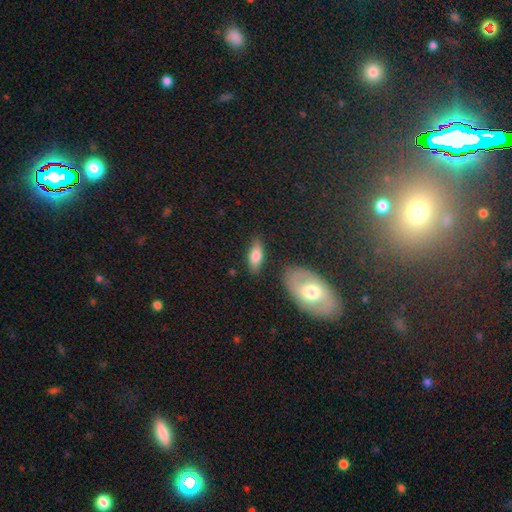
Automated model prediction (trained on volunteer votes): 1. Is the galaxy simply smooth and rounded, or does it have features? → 73% smooth, 21% featured or disk, 7% star or artifact.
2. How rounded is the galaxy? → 78% in between, 19% cigar-shaped, 3% round.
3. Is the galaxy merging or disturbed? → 76% none, 15% minor disturbance, 5% merger, 4% major disturbance.